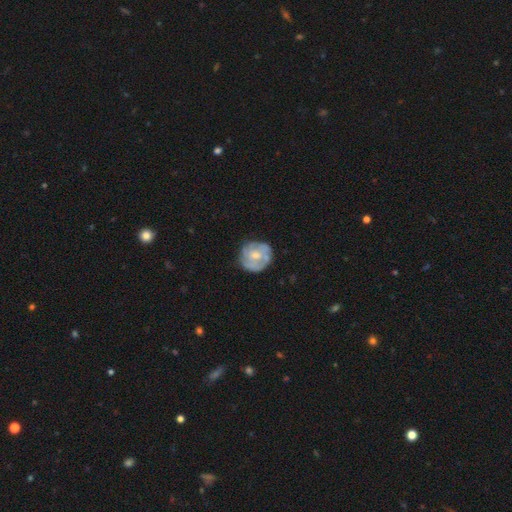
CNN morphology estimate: featured or disk 63%, smooth 31%, star or artifact 6%. Down the decision tree: edge-on disk — no (98%); bar — no (74%); spiral arms — yes (69%); bulge size — moderate (48%); merging — none (71%).